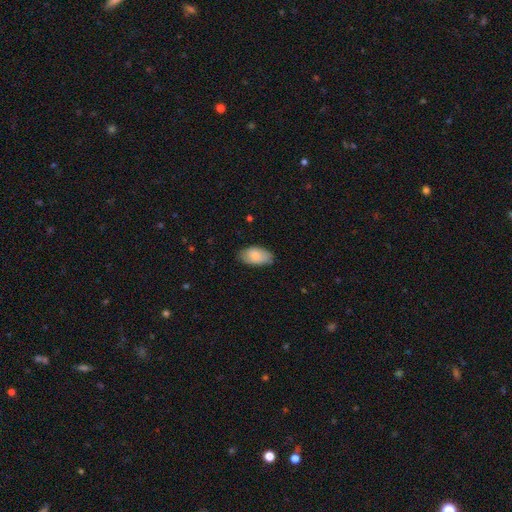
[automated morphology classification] A smooth galaxy with no disk features (81%) that is in between round and cigar-shaped (94%). Merging: none (77%).